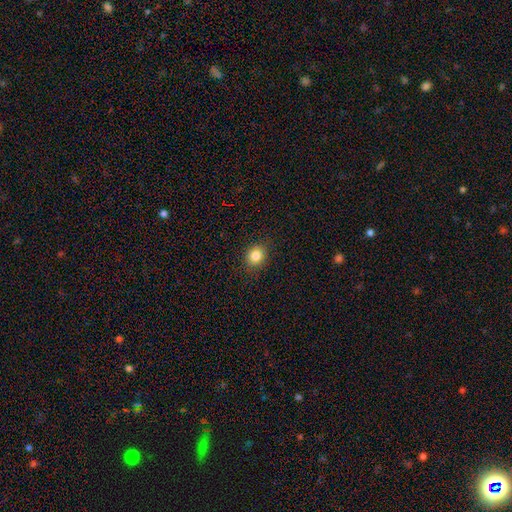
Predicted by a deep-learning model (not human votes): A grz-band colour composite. It shows a smooth galaxy with no disk features (83%) that is round (69%). Merging: none (89%).